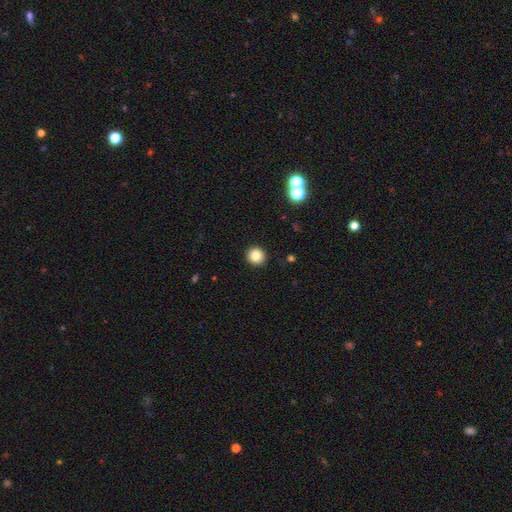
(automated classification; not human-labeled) A smooth galaxy with no disk features (83%) that is round (92%).

Vote fractions:
- Smooth or featured? smooth: 83% / star or artifact: 11% / featured or disk: 6%
- How rounded? round: 92% / in between: 7% / cigar-shaped: 1%
- Merging? none: 93% / minor disturbance: 5% / major disturbance: 2% / merger: 1%